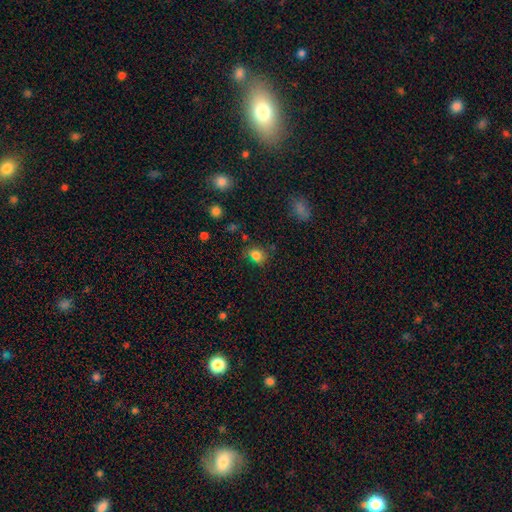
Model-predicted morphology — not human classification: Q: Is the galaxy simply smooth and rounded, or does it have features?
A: smooth — 81%.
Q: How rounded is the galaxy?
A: round — 54%.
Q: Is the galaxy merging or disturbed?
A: none — 68%.